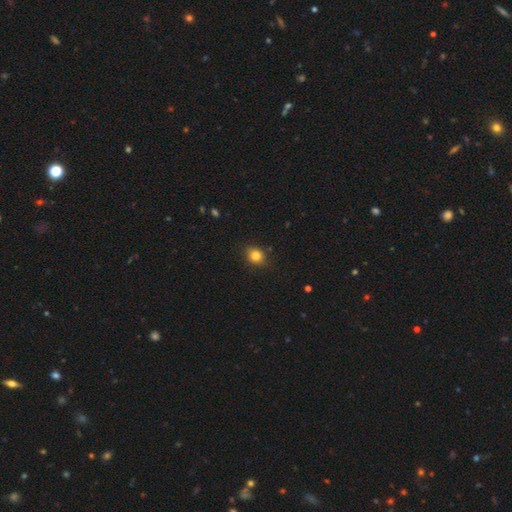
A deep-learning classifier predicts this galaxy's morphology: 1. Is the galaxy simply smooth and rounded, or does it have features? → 83% smooth, 11% star or artifact, 6% featured or disk.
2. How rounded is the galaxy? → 65% round, 34% in between, 1% cigar-shaped.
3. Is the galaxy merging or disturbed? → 86% none, 10% minor disturbance, 2% major disturbance, 1% merger.